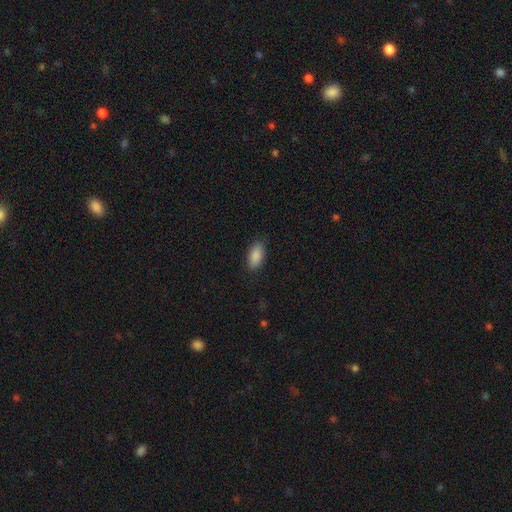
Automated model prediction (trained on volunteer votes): The model was most divided on "merging": none: 86%, minor disturbance: 11%, major disturbance: 2%, merger: 1%. More confident: how rounded — in between (91%); smooth or featured — smooth (89%).